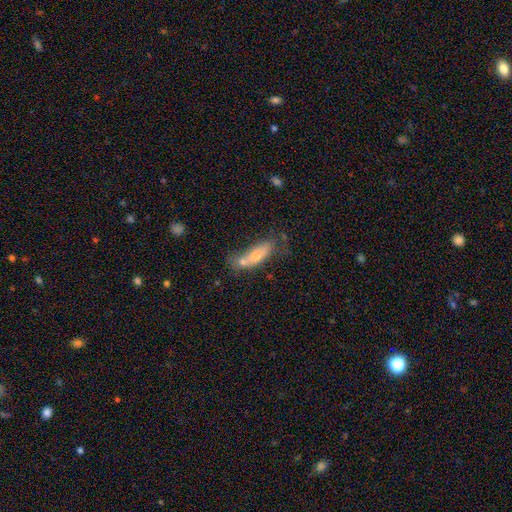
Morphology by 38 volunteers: Q: Smooth or featured?
A: smooth (63%); runner-up: featured or disk (34%)
Q: How rounded?
A: cigar-shaped (50%); runner-up: in between (38%)
Q: Merging?
A: merger (41%); runner-up: none (35%)